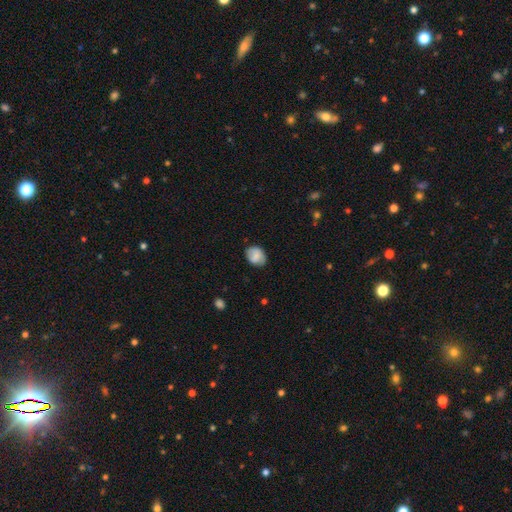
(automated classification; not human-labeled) Smooth or featured?
  - smooth: 76% *
  - featured or disk: 15%
  - star or artifact: 8%
How rounded?
  - in between: 56% *
  - round: 43%
  - cigar-shaped: 1%
Merging?
  - none: 73% *
  - minor disturbance: 21%
  - major disturbance: 5%
  - merger: 1%